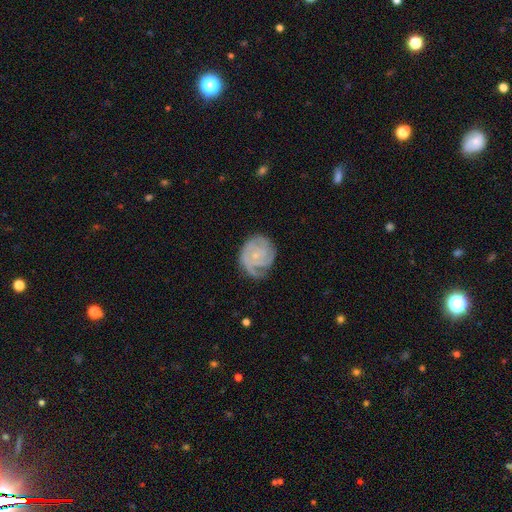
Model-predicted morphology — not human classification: This is clearly a featured or disk galaxy (84%). It is clearly not viewed edge-on (98%). Bar: likely no (73%). Spiral arm pattern: clearly yes (97%). Spiral arm count: marginally 3 (38%). Spiral winding: likely tight (70%). Central bulge: likely small (76%). Merging: likely none (69%).